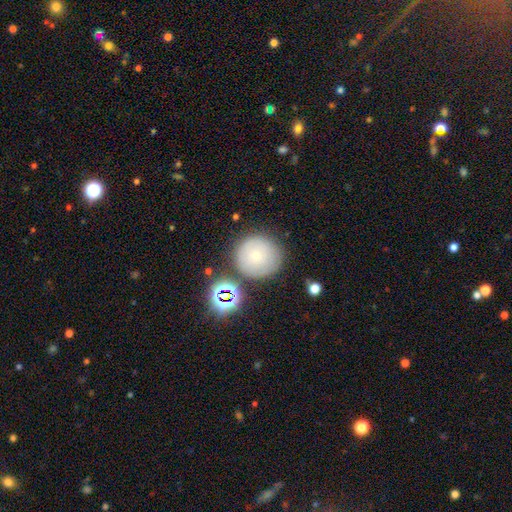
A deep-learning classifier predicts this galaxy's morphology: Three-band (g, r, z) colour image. It shows a smooth galaxy with no disk features (67%) that is round (94%). Merging: none (77%).